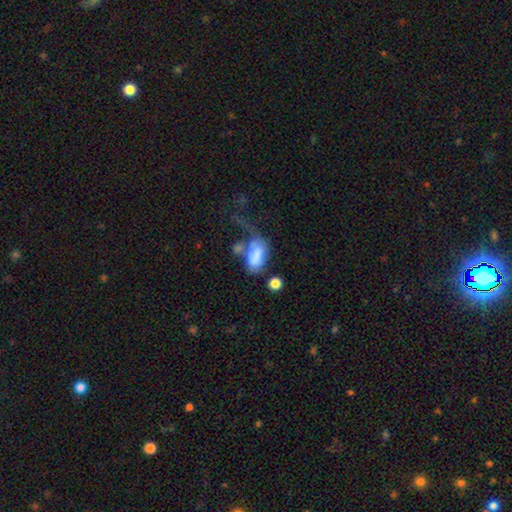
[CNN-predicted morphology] Overall: smooth (67%). How rounded: in between (90%). Merging: major disturbance (42%; merger 30%).